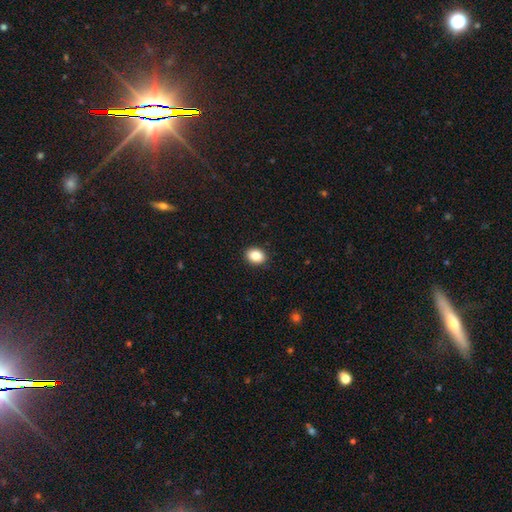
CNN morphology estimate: Smooth or featured? Predicted: smooth (p=0.87). How rounded? Predicted: in between (p=0.64). Merging? Predicted: none (p=0.91).